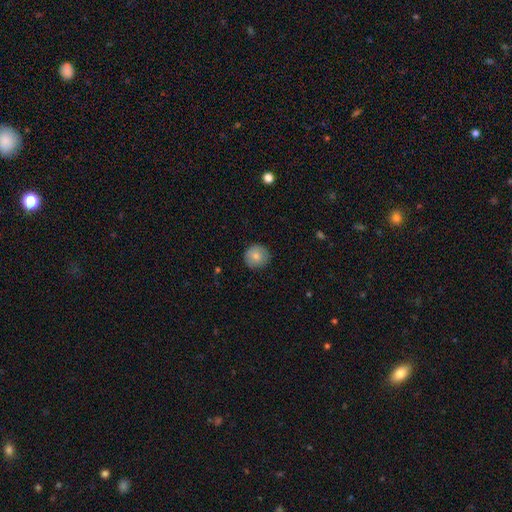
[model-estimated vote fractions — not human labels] This is clearly a smooth galaxy (80%). How rounded: clearly round (92%). Merging: clearly none (88%).